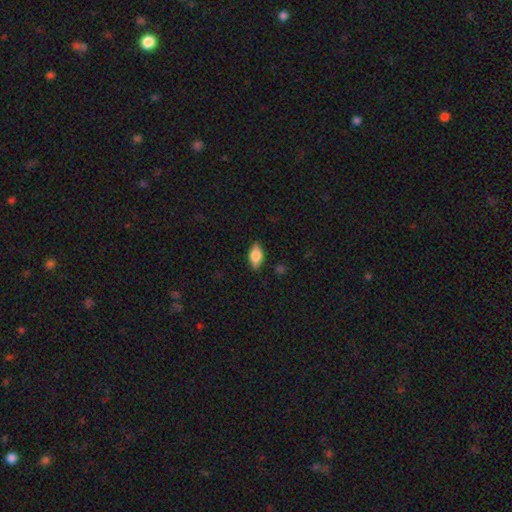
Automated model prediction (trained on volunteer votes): Smooth or featured?
  - smooth: 68% *
  - featured or disk: 24%
  - star or artifact: 8%
How rounded?
  - in between: 85% *
  - cigar-shaped: 9%
  - round: 6%
Merging?
  - none: 83% *
  - minor disturbance: 13%
  - major disturbance: 3%
  - merger: 1%